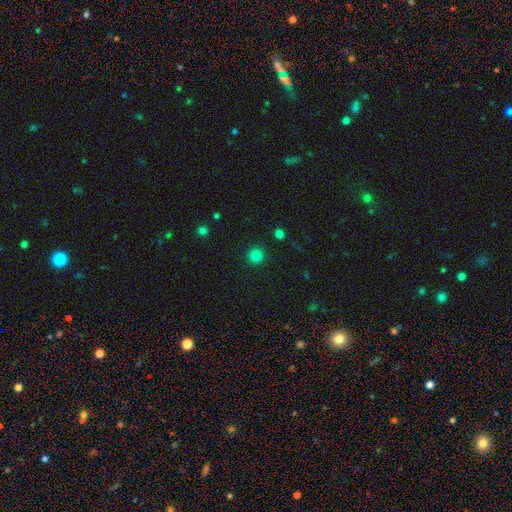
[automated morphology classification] This is clearly a smooth galaxy (82%). How rounded: clearly round (95%). Merging: clearly none (92%).